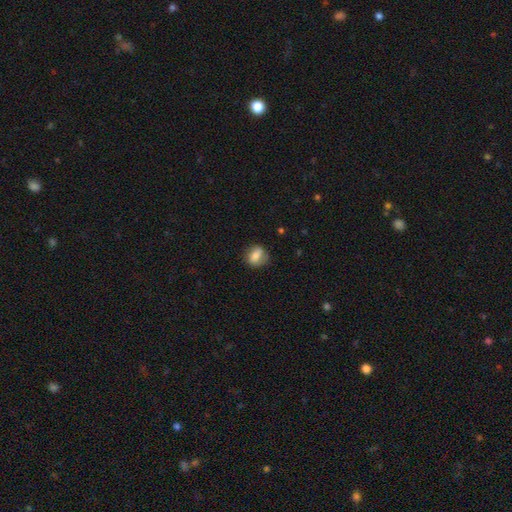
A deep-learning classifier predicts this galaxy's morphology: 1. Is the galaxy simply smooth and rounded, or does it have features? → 76% smooth, 15% featured or disk, 8% star or artifact.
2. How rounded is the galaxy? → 54% in between, 42% round, 3% cigar-shaped.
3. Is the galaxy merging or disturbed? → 69% none, 22% minor disturbance, 6% major disturbance, 2% merger.